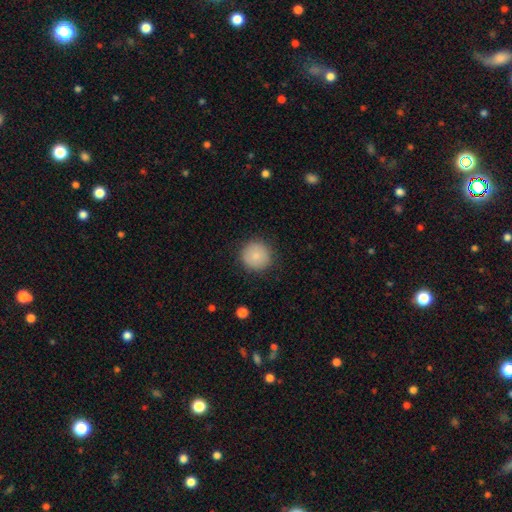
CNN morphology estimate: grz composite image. It shows a smooth galaxy with no disk features (85%) that is round (95%). Merging: none (87%).